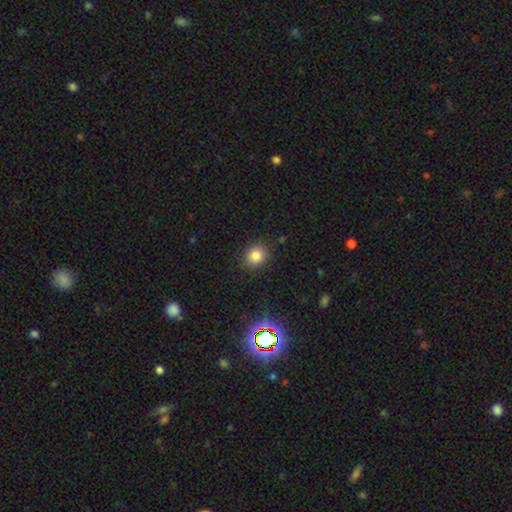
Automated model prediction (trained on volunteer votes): smooth 83%, star or artifact 12%, featured or disk 6%. Down the decision tree: how rounded — round (68%); merging — none (88%).